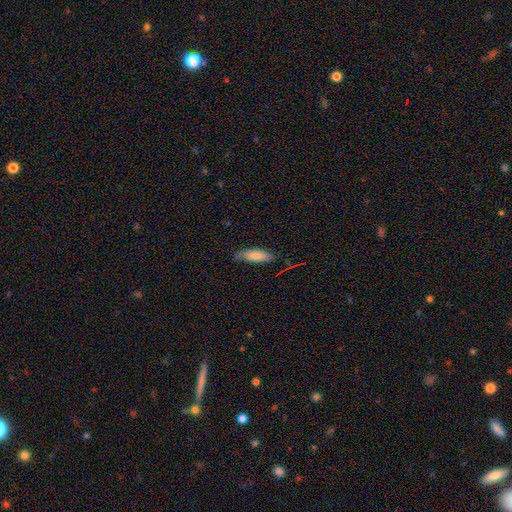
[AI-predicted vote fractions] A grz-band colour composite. It shows a smooth galaxy with no disk features (79%) that is in between round and cigar-shaped (57%). Merging: none (72%).